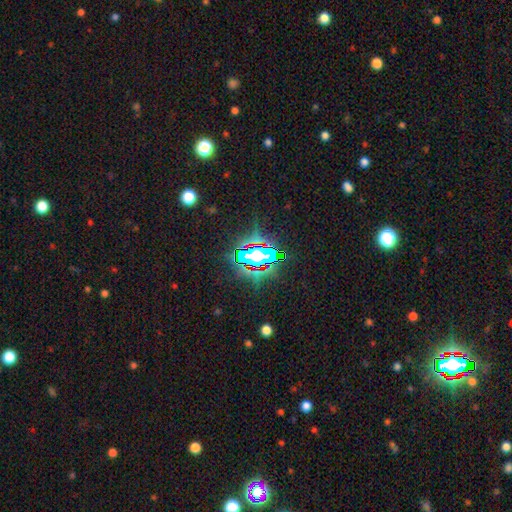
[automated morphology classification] smooth-or-featured: star or artifact: 72% | smooth: 15% | featured or disk: 12%